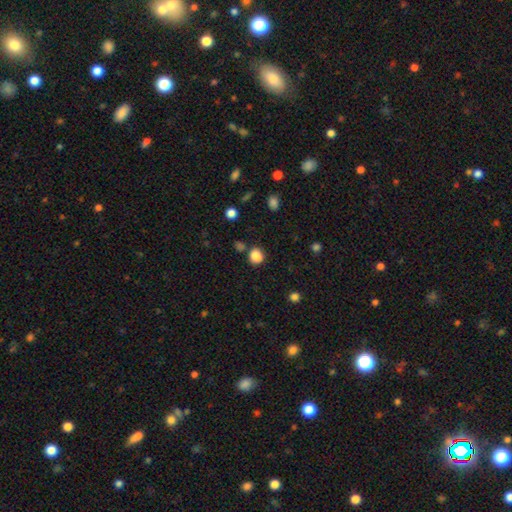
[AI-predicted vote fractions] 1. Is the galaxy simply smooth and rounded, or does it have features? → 84% smooth, 11% star or artifact, 5% featured or disk.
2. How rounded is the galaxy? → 82% round, 17% in between, 1% cigar-shaped.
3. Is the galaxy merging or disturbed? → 74% none, 14% minor disturbance, 9% merger, 4% major disturbance.